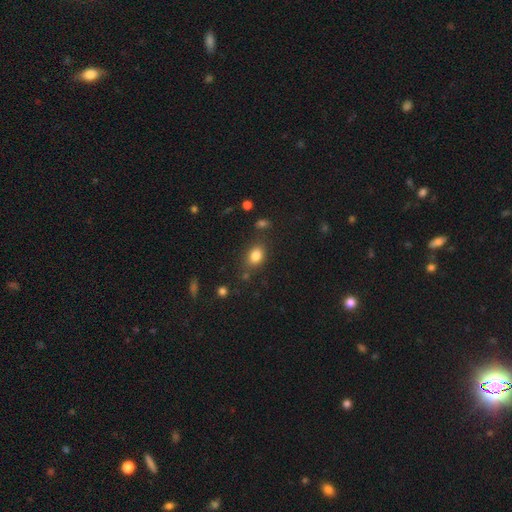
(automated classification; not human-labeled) A smooth galaxy with no disk features (82%) that is in between round and cigar-shaped (71%). Merging: none (77%).